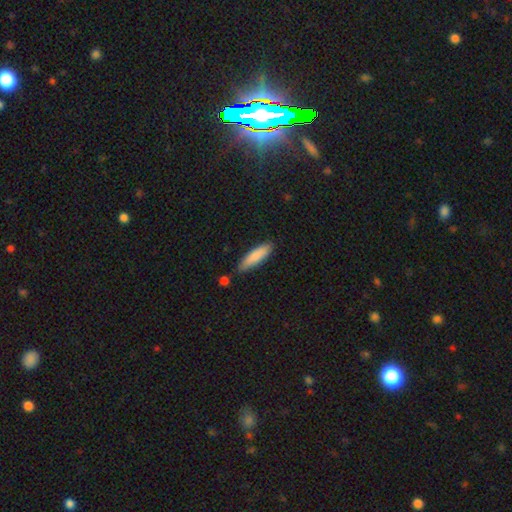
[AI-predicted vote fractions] Smooth or featured?
  - smooth: 83% *
  - featured or disk: 11%
  - star or artifact: 6%
How rounded?
  - cigar-shaped: 66% *
  - in between: 33%
  - round: 1%
Merging?
  - none: 78% *
  - minor disturbance: 16%
  - merger: 4%
  - major disturbance: 3%